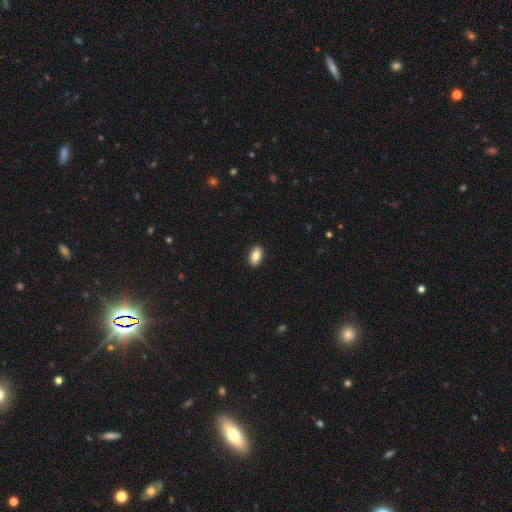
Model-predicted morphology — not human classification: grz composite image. It shows a smooth galaxy with no disk features (85%) that is in between round and cigar-shaped (91%). Merging: none (91%).